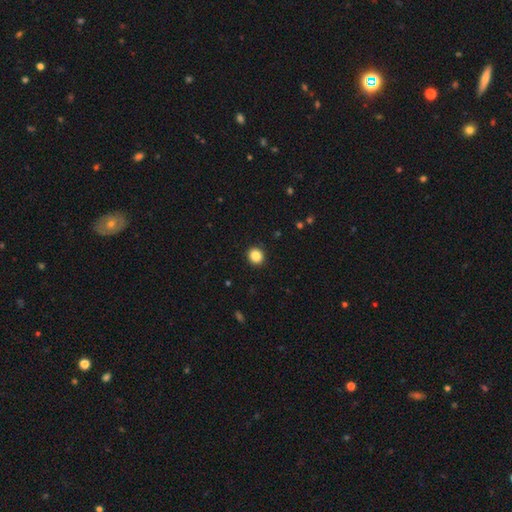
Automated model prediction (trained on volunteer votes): Overall: smooth (86%). How rounded: round (85%). Merging: none (92%).